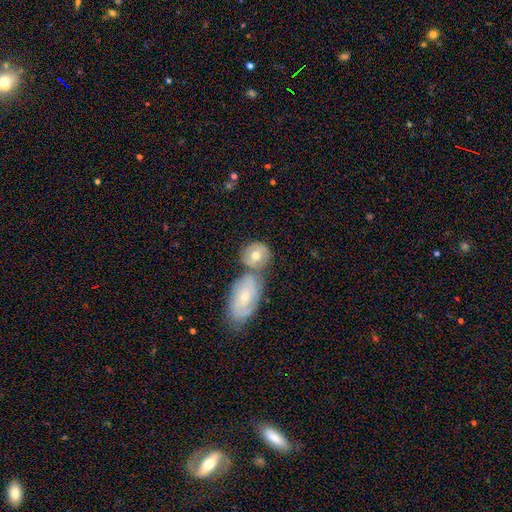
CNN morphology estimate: The model was most divided on "merging": none: 43%, merger: 42%, minor disturbance: 11%, major disturbance: 4%. More confident: how rounded — round (65%); smooth or featured — smooth (54%).